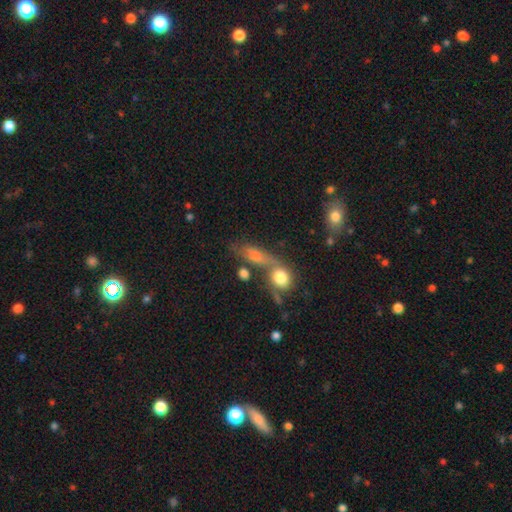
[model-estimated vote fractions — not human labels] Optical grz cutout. It shows a smooth galaxy with no disk features (67%) that is in between round and cigar-shaped (54%). Merging: none (37%).